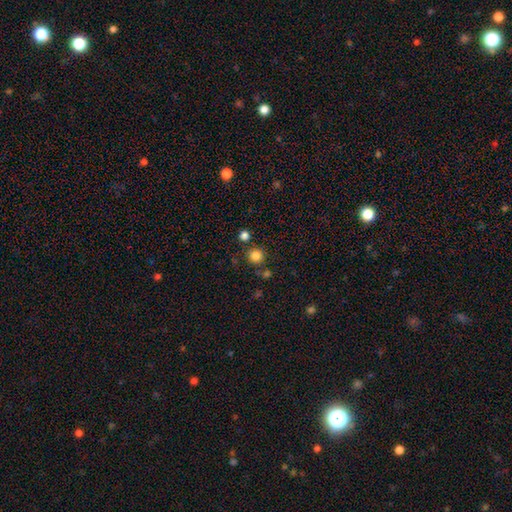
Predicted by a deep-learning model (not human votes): Overall: smooth (83%). How rounded: round (93%). Merging: none (82%).